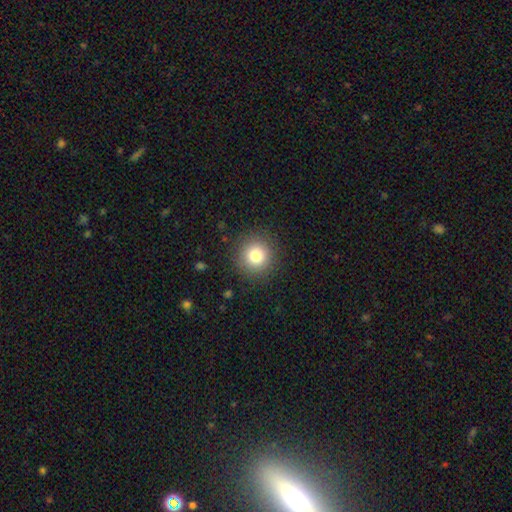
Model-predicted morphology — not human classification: A smooth galaxy with no disk features (80%) that is round (94%).

Vote fractions:
- Smooth or featured? smooth: 80% / star or artifact: 12% / featured or disk: 8%
- How rounded? round: 94% / in between: 5% / cigar-shaped: 1%
- Merging? none: 90% / minor disturbance: 7% / major disturbance: 3% / merger: 1%